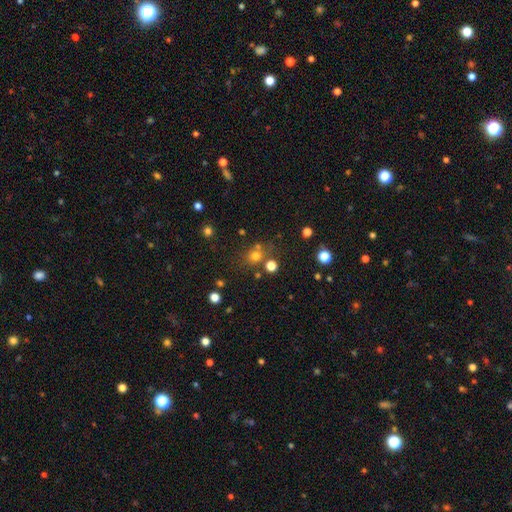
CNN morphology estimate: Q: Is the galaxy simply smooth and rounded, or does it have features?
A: smooth — 71%.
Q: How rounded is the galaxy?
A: round — 80%.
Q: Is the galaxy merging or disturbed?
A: none — 67%.